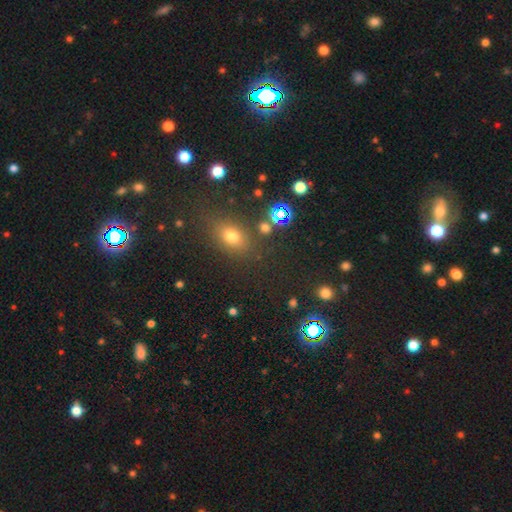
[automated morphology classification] Overall: smooth (50%; star or artifact 41%). Merging: none (78%).